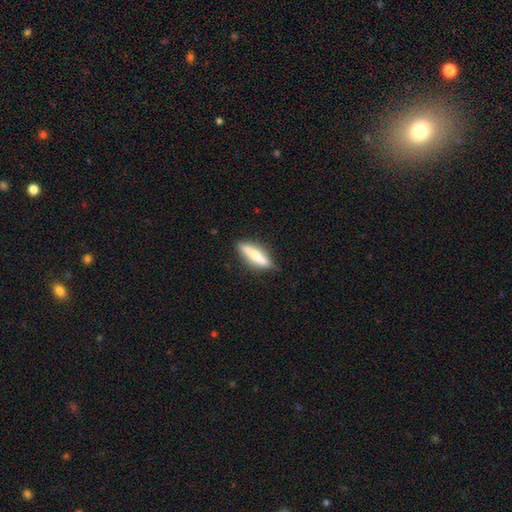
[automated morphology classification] A smooth galaxy with no disk features (58%) that is cigar-shaped (76%).

Vote fractions:
- Smooth or featured? smooth: 58% / featured or disk: 36% / star or artifact: 6%
- How rounded? cigar-shaped: 76% / in between: 22% / round: 2%
- Merging? none: 83% / minor disturbance: 13% / major disturbance: 3% / merger: 1%